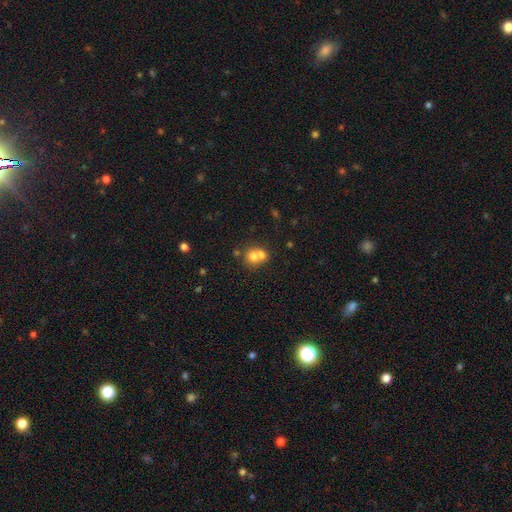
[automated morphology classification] Smooth or featured? smooth (69%)
How rounded? round (76%)
Merging? merger (63%)